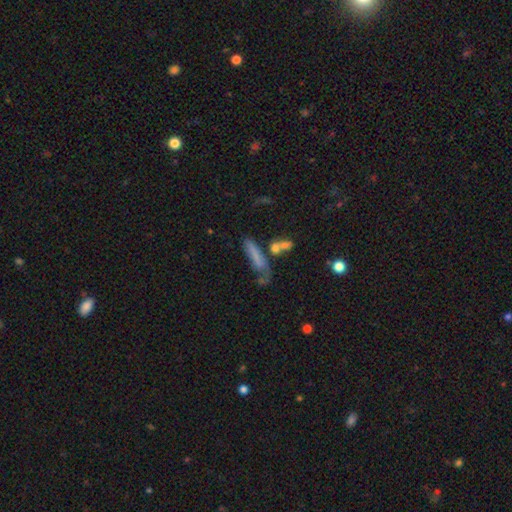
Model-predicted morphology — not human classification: smooth 62%, featured or disk 27%, star or artifact 11%. Down the decision tree: how rounded — cigar-shaped (74%); merging — none (42%).